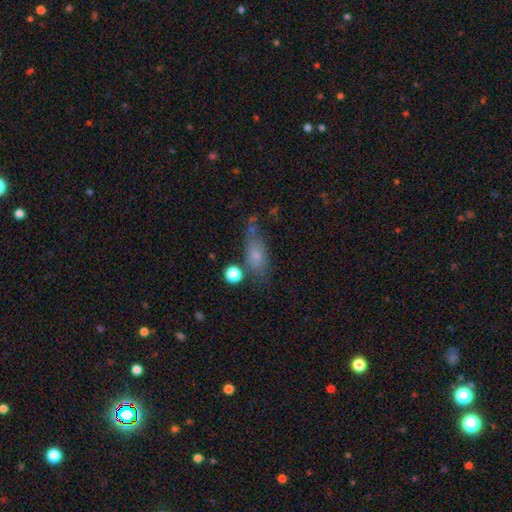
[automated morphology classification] This is likely a smooth galaxy (68%). How rounded: likely in between (70%). Merging: possibly none (57%).